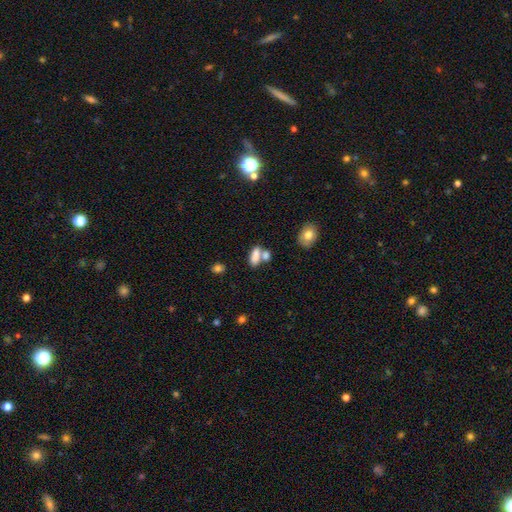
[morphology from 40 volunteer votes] Smooth or featured: smooth — 90% (featured or disk — 8%)
How rounded: in between — 86% (cigar-shaped — 11%)
Merging: merger — 46% (none — 38%)